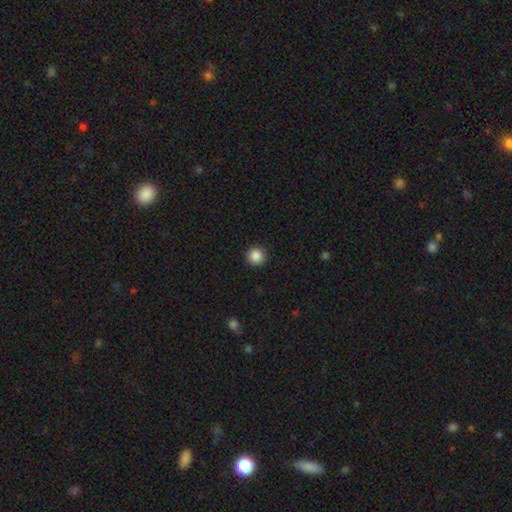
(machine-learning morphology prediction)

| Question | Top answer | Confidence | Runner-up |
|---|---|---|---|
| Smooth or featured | smooth | 87% | star or artifact (10%) |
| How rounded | round | 95% | in between (4%) |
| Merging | none | 92% | minor disturbance (5%) |